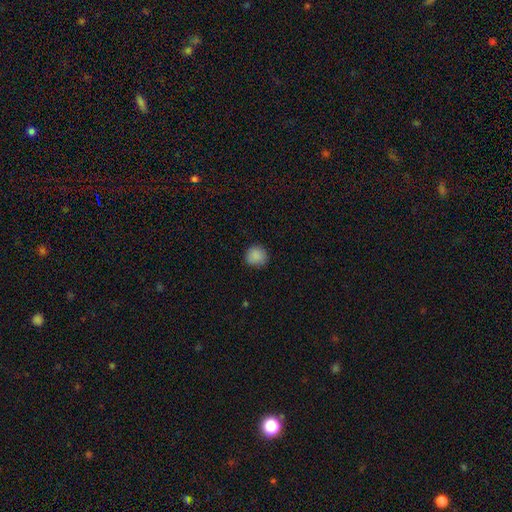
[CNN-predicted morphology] This is clearly a smooth galaxy (88%). How rounded: clearly round (92%). Merging: clearly none (87%).